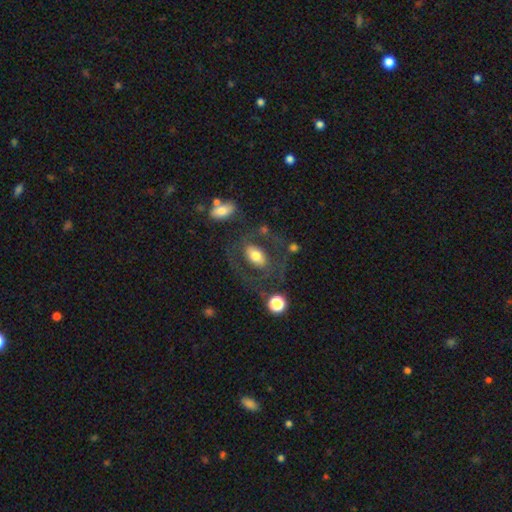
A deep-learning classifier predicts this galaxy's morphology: The model was most divided on "smooth or featured" (2-way tie): featured or disk: 46%, smooth: 46%, star or artifact: 8%. More confident: merging — none (60%).